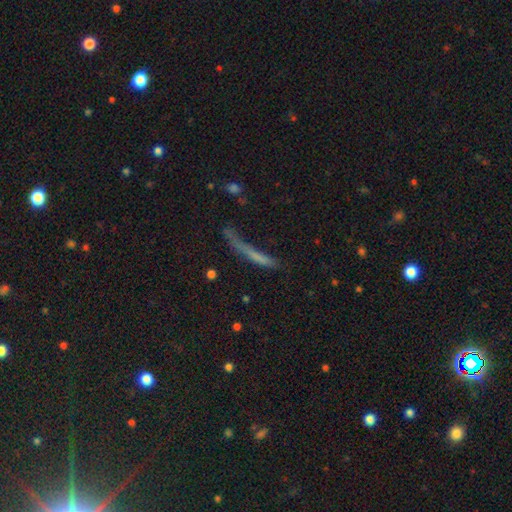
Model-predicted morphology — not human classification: Smooth or featured? smooth (60%)
How rounded? cigar-shaped (92%)
Merging? none (48%)